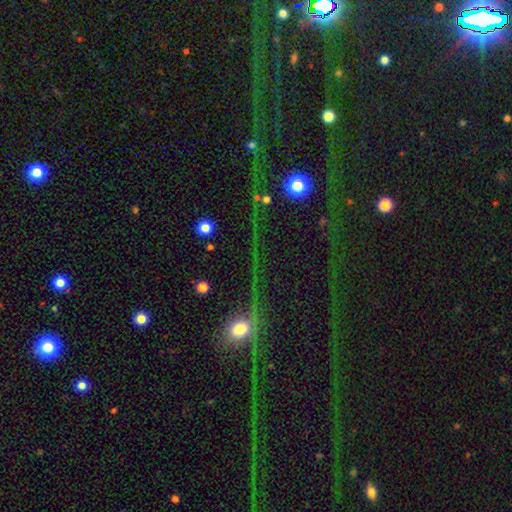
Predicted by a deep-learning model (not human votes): This is likely a star or artifact rather than a galaxy (68%).